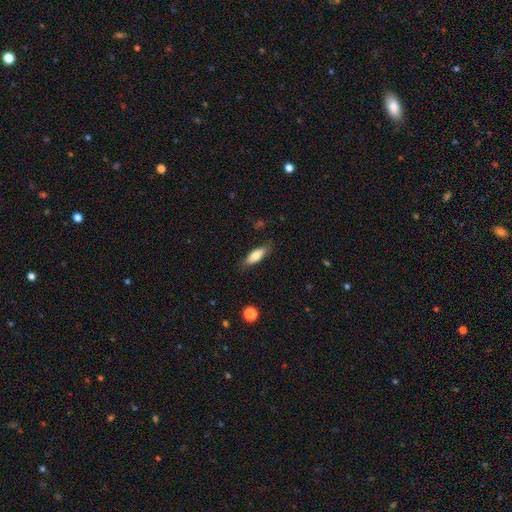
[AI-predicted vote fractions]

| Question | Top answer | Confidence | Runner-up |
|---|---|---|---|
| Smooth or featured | smooth | 77% | featured or disk (17%) |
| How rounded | in between | 61% | cigar-shaped (37%) |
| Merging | none | 81% | minor disturbance (15%) |